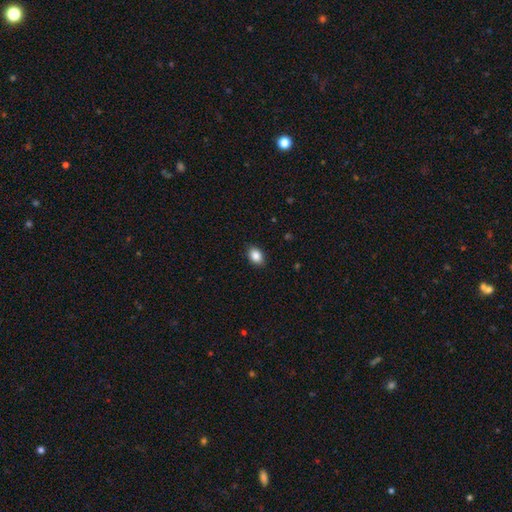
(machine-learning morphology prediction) smooth-or-featured: smooth: 87% | star or artifact: 8% | featured or disk: 5%
  how-rounded: in between: 78% | round: 21% | cigar-shaped: 1%
  merging: none: 89% | minor disturbance: 9% | major disturbance: 2% | merger: 1%